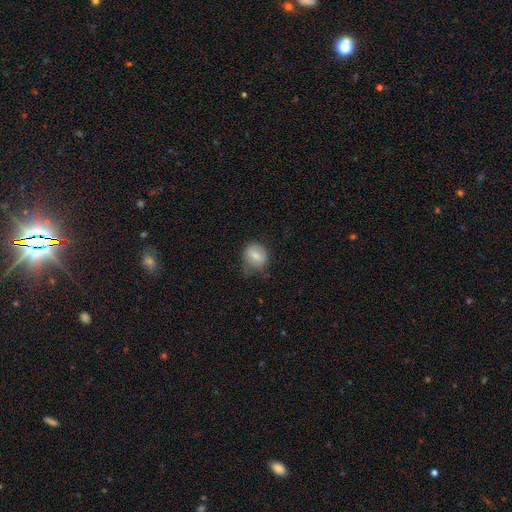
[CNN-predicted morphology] A smooth galaxy with no disk features (75%) that is round (64%).

Vote fractions:
- Smooth or featured? smooth: 75% / featured or disk: 16% / star or artifact: 9%
- How rounded? round: 64% / in between: 35% / cigar-shaped: 1%
- Merging? none: 50% / minor disturbance: 34% / major disturbance: 15% / merger: 2%